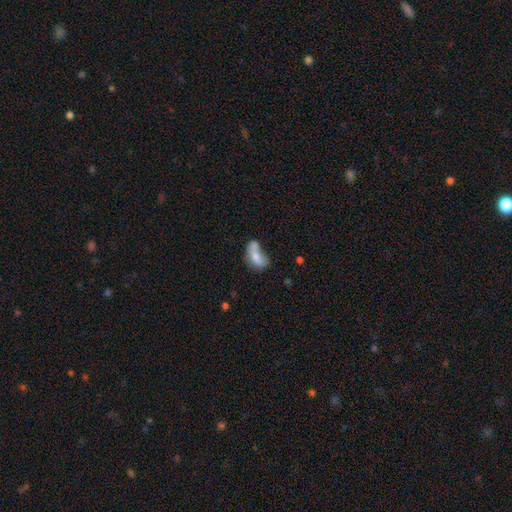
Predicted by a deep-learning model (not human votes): This is likely a smooth galaxy (64%). How rounded: clearly in between (83%). Merging: possibly merger (47%).